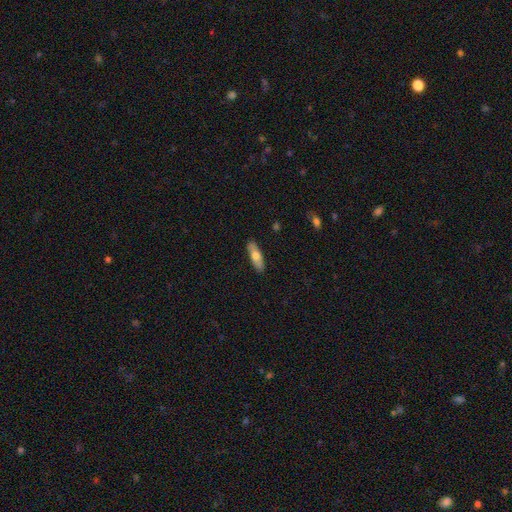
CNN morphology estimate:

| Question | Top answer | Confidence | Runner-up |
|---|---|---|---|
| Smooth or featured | smooth | 64% | featured or disk (30%) |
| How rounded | cigar-shaped | 53% | in between (45%) |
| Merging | none | 89% | minor disturbance (9%) |